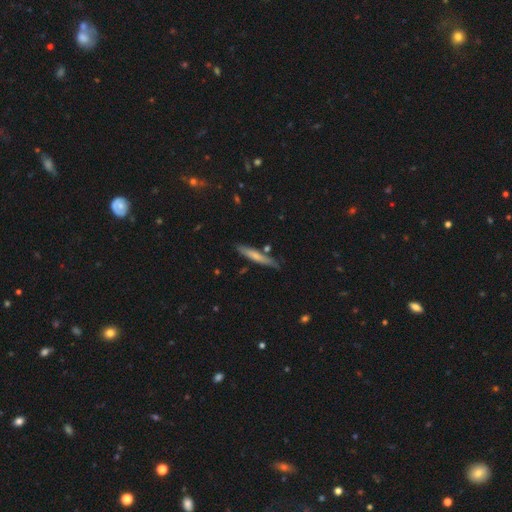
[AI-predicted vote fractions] Morphology: type=smooth (63%); roundness=cigar-shaped (93%); merging=none (80%).